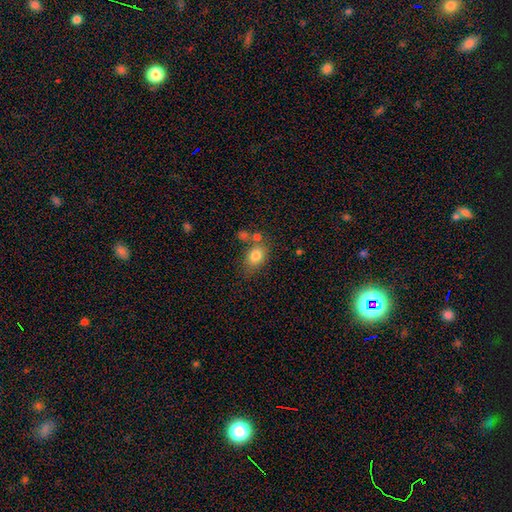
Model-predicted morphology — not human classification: Q: Smooth or featured?
A: smooth (81%); runner-up: featured or disk (10%)
Q: How rounded?
A: in between (69%); runner-up: round (29%)
Q: Merging?
A: none (59%); runner-up: minor disturbance (18%)